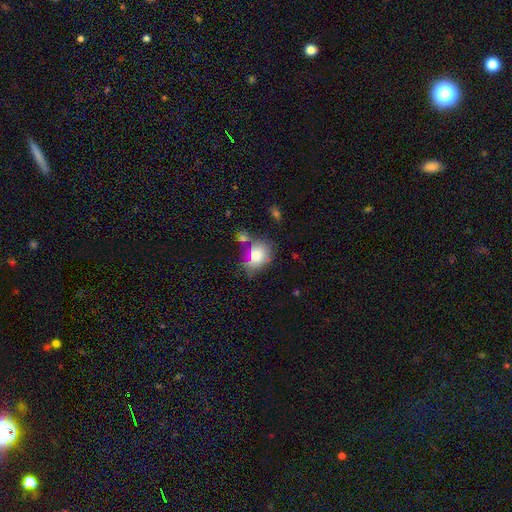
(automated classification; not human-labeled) Q: Smooth or featured?
A: smooth (76%); runner-up: featured or disk (14%)
Q: How rounded?
A: in between (57%); runner-up: round (42%)
Q: Merging?
A: none (49%); runner-up: minor disturbance (24%)